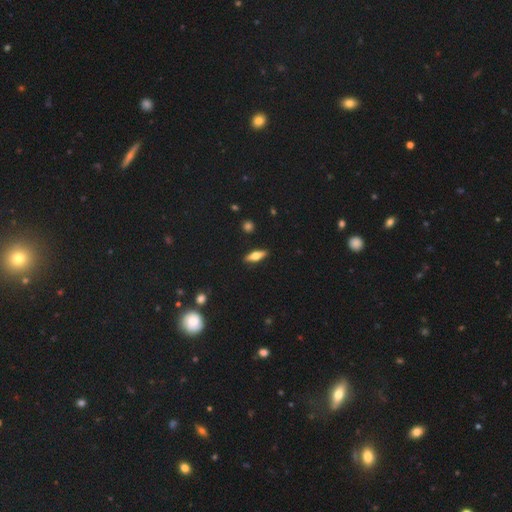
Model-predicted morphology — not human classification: This is possibly a featured or disk galaxy (47%). Merging: clearly none (89%).